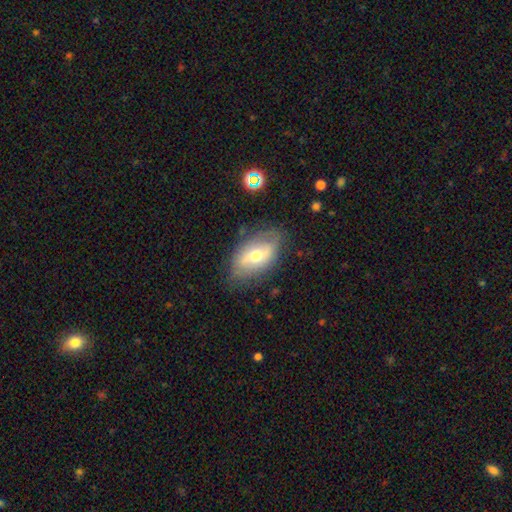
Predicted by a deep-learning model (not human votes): Overall: featured or disk (53%; smooth 39%). Edge-on disk: no (89%). Merging: none (72%).